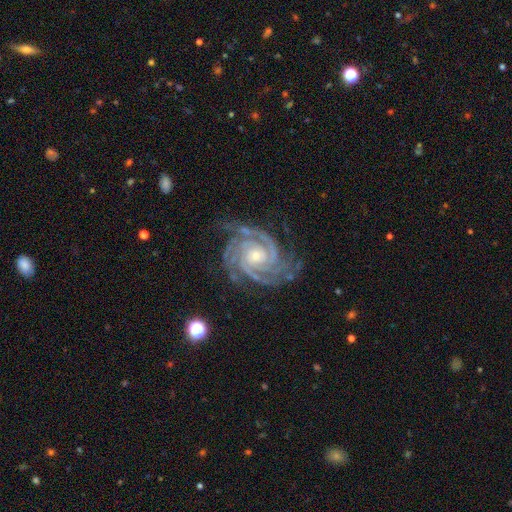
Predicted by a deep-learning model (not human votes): Smooth or featured? featured or disk (94%)
Edge-on disk? no (98%)
Bar? no (69%)
Spiral arms? yes (99%)
Spiral winding? tight (77%)
Spiral arm count? 3 (36%)
Bulge size? small (63%)
Merging? none (72%)